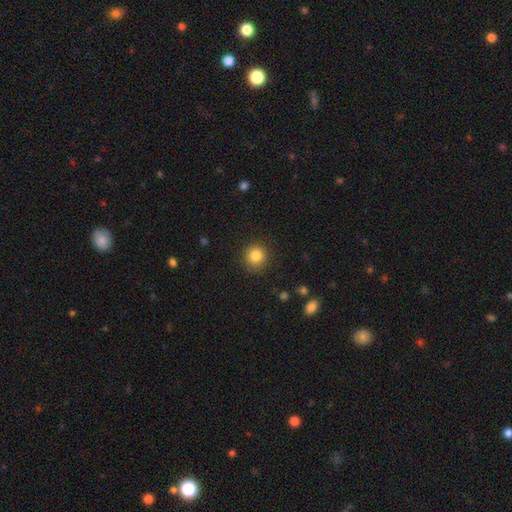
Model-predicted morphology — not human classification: Smooth or featured? Predicted: smooth (p=0.83). How rounded? Predicted: round (p=0.92). Merging? Predicted: none (p=0.88).